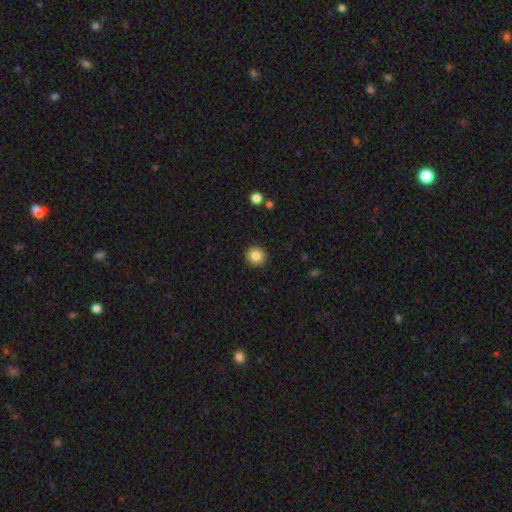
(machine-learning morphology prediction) A smooth galaxy with no disk features (84%) that is round (92%). Merging: none (92%).